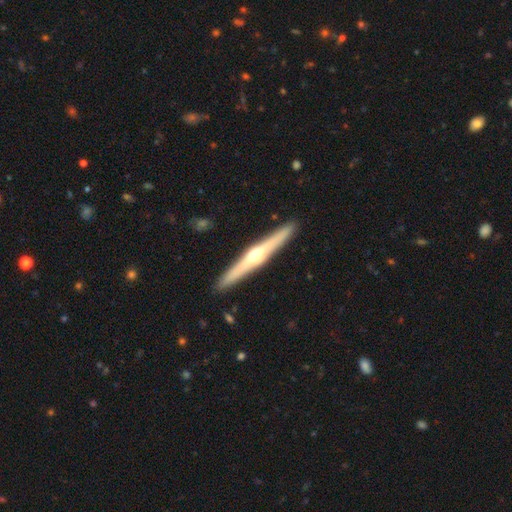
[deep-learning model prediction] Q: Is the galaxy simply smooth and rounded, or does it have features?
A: featured or disk — 74%.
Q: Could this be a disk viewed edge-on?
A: yes — 98%.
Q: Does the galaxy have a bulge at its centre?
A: rounded — 91%.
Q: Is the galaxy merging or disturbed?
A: none — 92%.